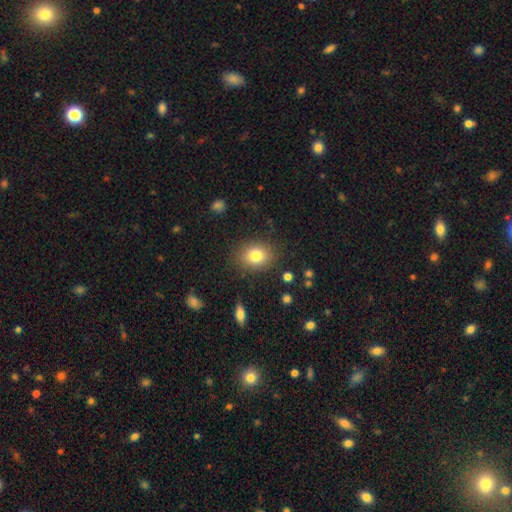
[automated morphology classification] This is likely a smooth galaxy (80%). How rounded: possibly in between (55%). Merging: clearly none (85%).